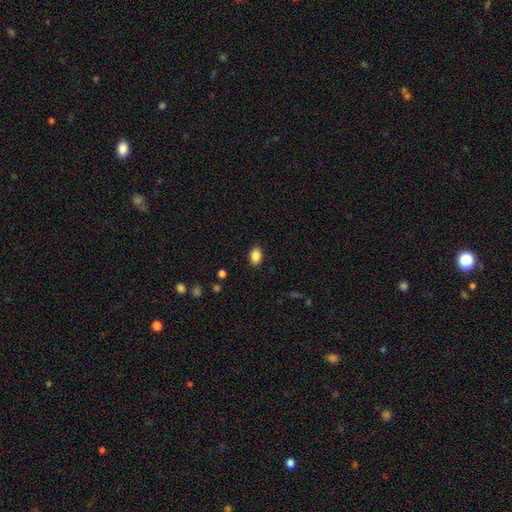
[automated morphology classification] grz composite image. It shows a smooth galaxy with no disk features (86%) that is in between round and cigar-shaped (82%). Merging: none (88%).